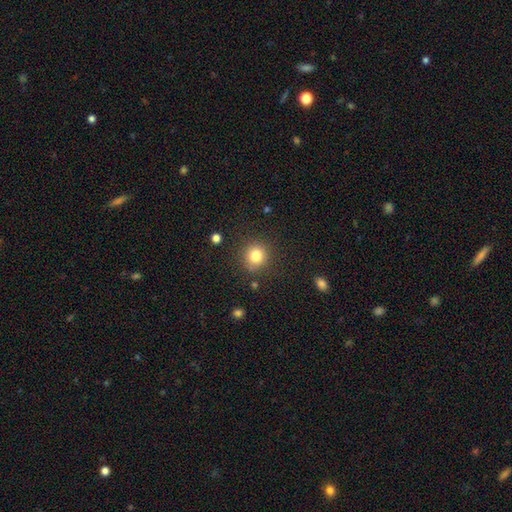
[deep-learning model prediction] The model was most divided on "smooth or featured": smooth: 82%, star or artifact: 12%, featured or disk: 6%. More confident: how rounded — round (91%); merging — none (85%).